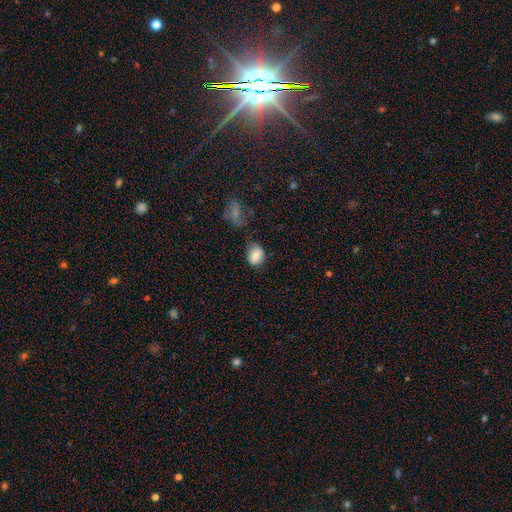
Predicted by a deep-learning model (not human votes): A smooth galaxy with no disk features (79%) that is round (60%). Merging: none (70%).